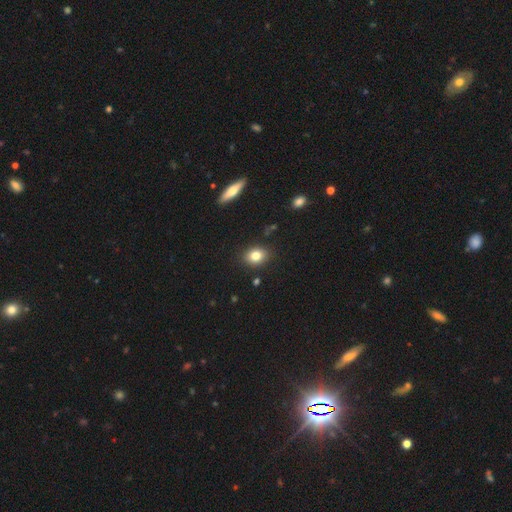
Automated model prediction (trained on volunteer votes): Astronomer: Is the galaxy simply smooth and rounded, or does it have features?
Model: smooth — 80%.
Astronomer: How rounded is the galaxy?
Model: in between — 55% (runner-up: round, 44%).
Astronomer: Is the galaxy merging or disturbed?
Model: none — 88%.